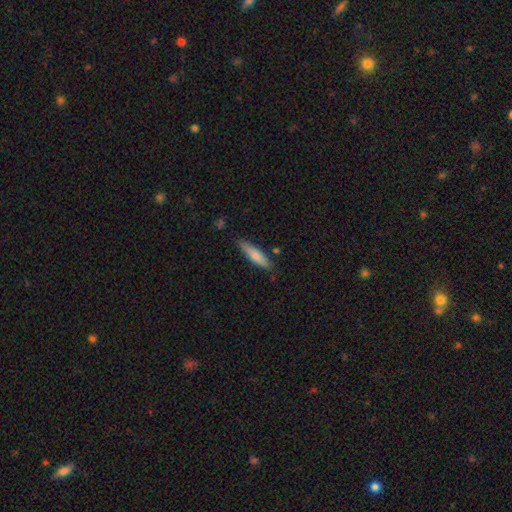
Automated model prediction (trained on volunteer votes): Overall: smooth (75%). How rounded: cigar-shaped (75%). Merging: none (83%).